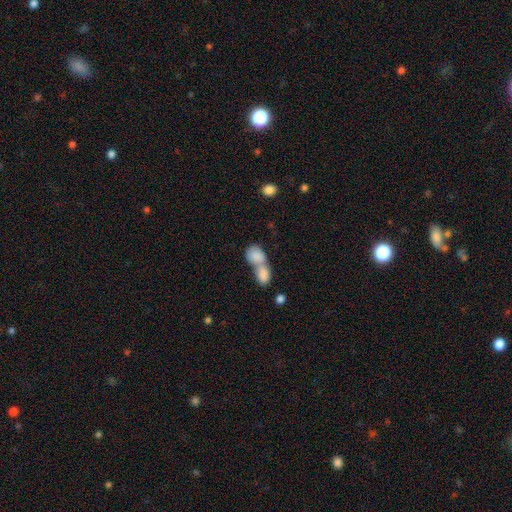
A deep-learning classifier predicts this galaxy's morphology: type=smooth (83%); roundness=in between (76%); merging=merger (80%).